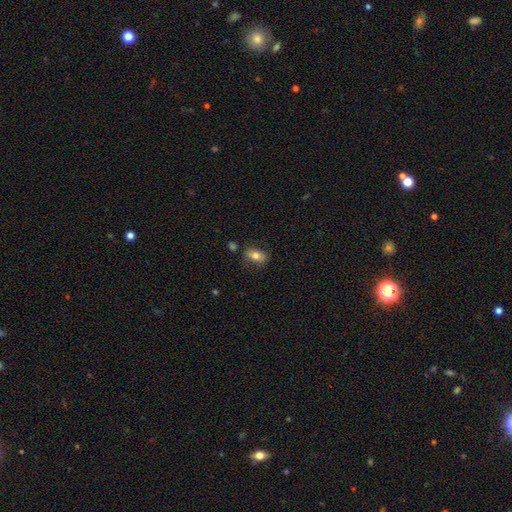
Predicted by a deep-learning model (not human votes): smooth-or-featured: smooth: 75% | featured or disk: 16% | star or artifact: 9%
  how-rounded: in between: 82% | round: 15% | cigar-shaped: 3%
  merging: none: 75% | minor disturbance: 17% | major disturbance: 4% | merger: 3%